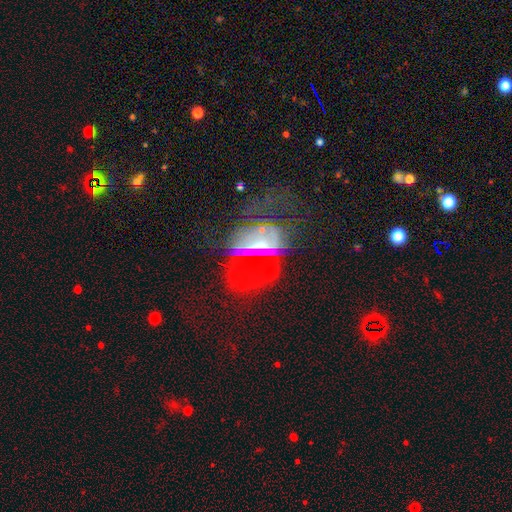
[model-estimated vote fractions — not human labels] Smooth or featured: featured or disk — 46% (star or artifact — 33%)
Merging: none — 44% (major disturbance — 29%)